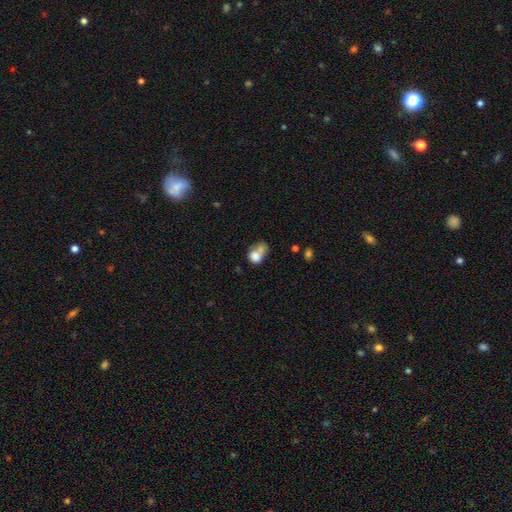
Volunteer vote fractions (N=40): This is clearly a smooth galaxy (80%). How rounded: possibly round (53%). Merging: possibly merger (58%).